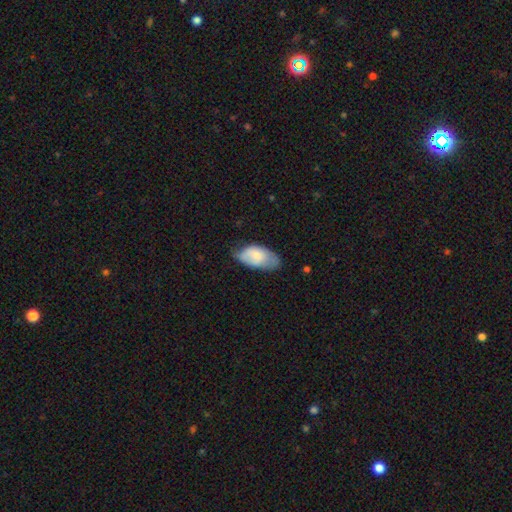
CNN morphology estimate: The model was most divided on "merging": none: 45%, minor disturbance: 41%, major disturbance: 12%, merger: 2%. More confident: how rounded — in between (95%); smooth or featured — smooth (70%).